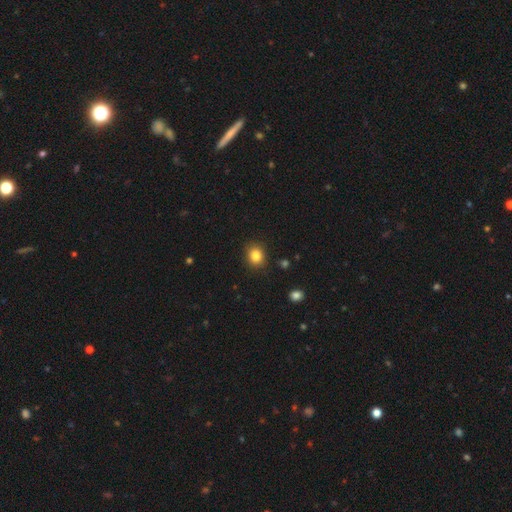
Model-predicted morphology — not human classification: Overall: smooth (84%). How rounded: round (70%). Merging: none (88%).